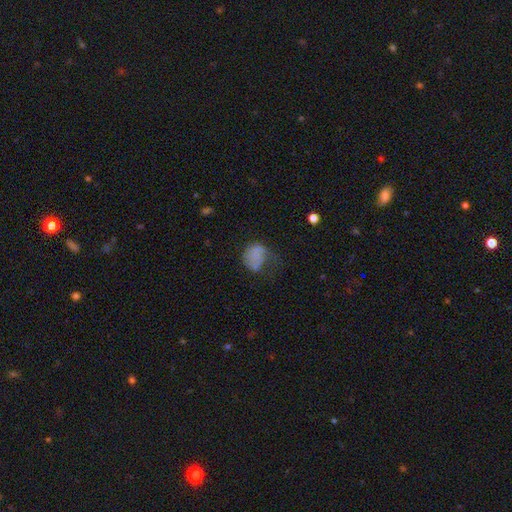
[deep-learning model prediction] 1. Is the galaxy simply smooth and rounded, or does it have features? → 64% smooth, 24% featured or disk, 12% star or artifact.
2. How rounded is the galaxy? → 53% in between, 46% round, 1% cigar-shaped.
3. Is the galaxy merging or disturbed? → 41% major disturbance, 27% none, 27% minor disturbance, 4% merger.